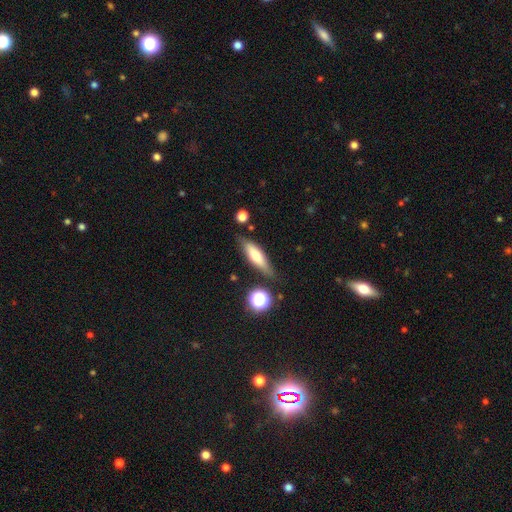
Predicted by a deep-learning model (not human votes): Smooth or featured: smooth — 58% (featured or disk — 34%)
How rounded: cigar-shaped — 60% (in between — 37%)
Merging: none — 77% (minor disturbance — 15%)